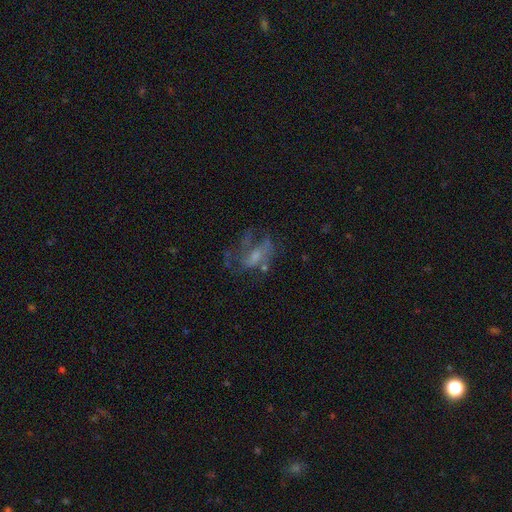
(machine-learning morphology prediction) This is likely a featured or disk galaxy (61%). It is clearly not viewed edge-on (96%). Bar: possibly no (58%). Spiral arm pattern: possibly no (51%). Central bulge: marginally small (42%). Merging: marginally none (38%).